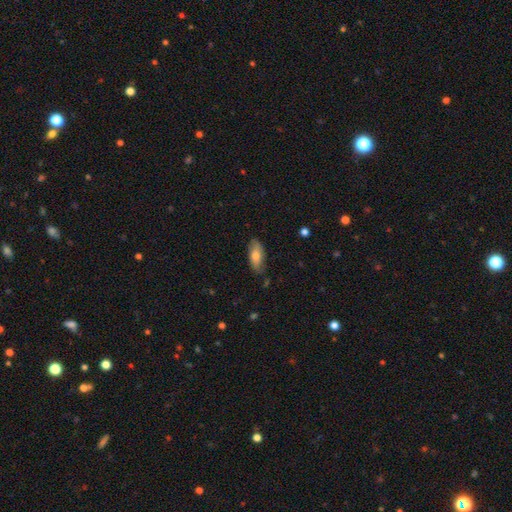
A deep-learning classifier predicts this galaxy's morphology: Q: Smooth or featured?
A: smooth (74%); runner-up: featured or disk (19%)
Q: How rounded?
A: in between (82%); runner-up: cigar-shaped (16%)
Q: Merging?
A: none (77%); runner-up: minor disturbance (18%)